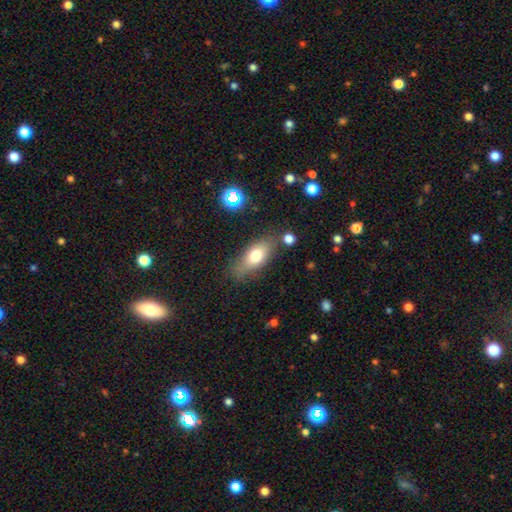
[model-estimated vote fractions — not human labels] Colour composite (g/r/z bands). It shows a smooth galaxy with no disk features (71%) that is in between round and cigar-shaped (78%). Merging: none (70%).